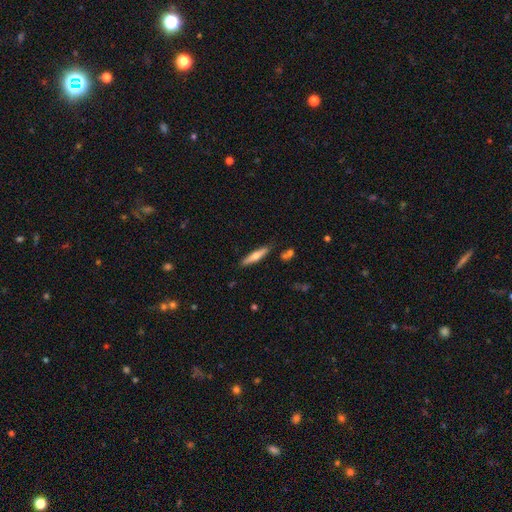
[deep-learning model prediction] Smooth or featured? Predicted: smooth (p=0.55). How rounded? Predicted: cigar-shaped (p=0.86). Merging? Predicted: none (p=0.84).